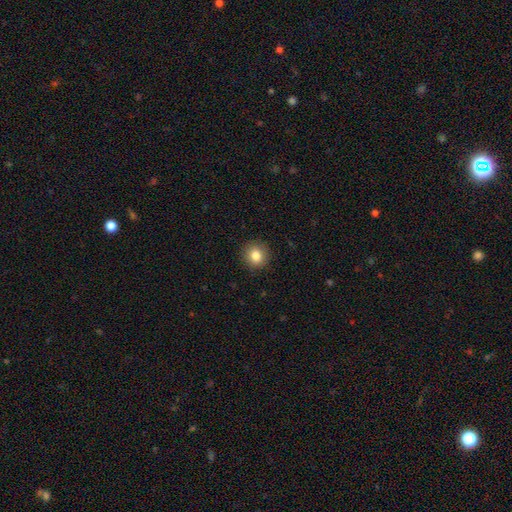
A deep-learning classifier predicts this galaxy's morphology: smooth_or_featured: smooth (p=0.83) [alt: star or artifact p=0.10]
how_rounded: round (p=0.90) [alt: in between p=0.09]
merging: none (p=0.91) [alt: minor disturbance p=0.06]